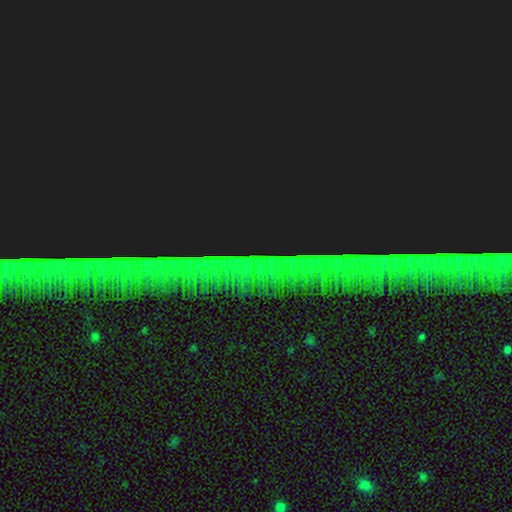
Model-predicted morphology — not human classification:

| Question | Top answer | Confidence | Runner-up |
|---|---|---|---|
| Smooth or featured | star or artifact | 85% | featured or disk (9%) |